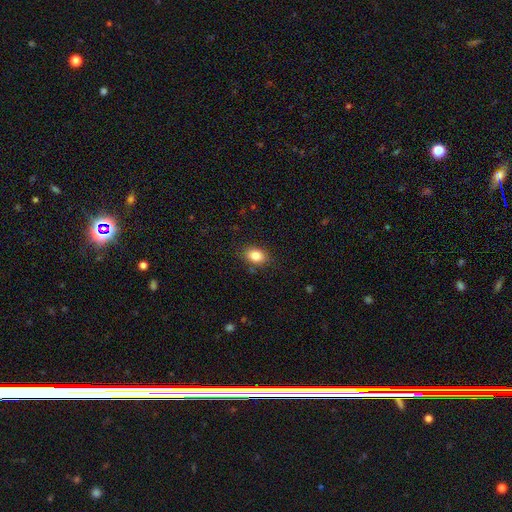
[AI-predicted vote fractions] Morphology: type=smooth (85%); roundness=in between (77%); merging=none (85%).